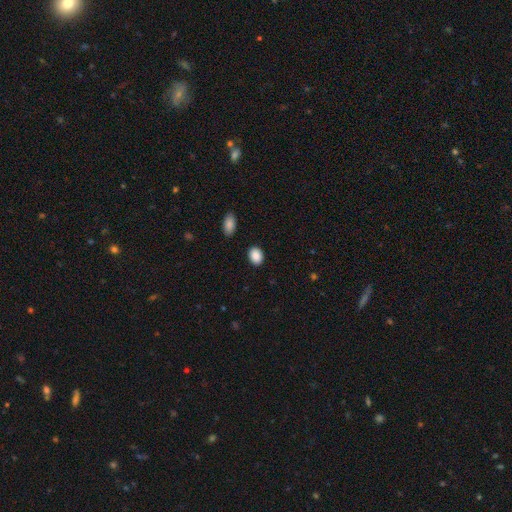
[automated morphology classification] Smooth or featured?
  - smooth: 89% *
  - star or artifact: 8%
  - featured or disk: 3%
How rounded?
  - in between: 67% *
  - round: 32%
  - cigar-shaped: 1%
Merging?
  - none: 88% *
  - minor disturbance: 8%
  - major disturbance: 2%
  - merger: 2%